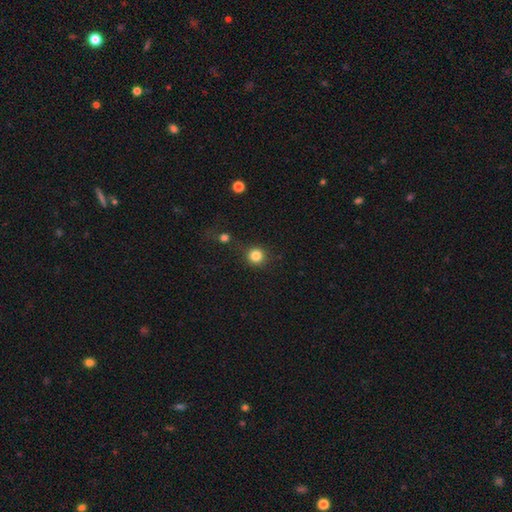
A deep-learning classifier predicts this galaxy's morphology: smooth 84%, star or artifact 12%, featured or disk 5%. Down the decision tree: how rounded — round (93%); merging — none (82%).